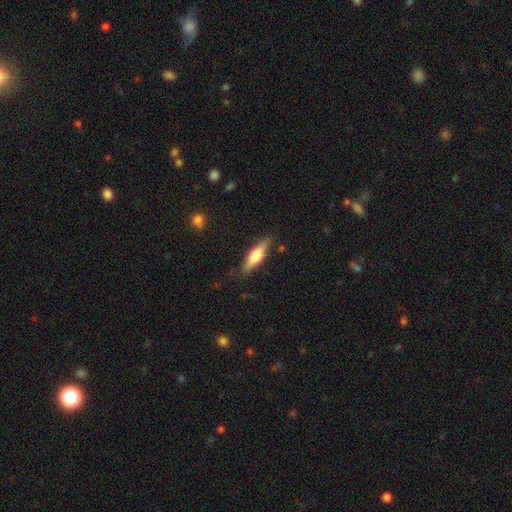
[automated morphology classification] Smooth or featured? smooth (52%)
How rounded? cigar-shaped (58%)
Merging? none (81%)